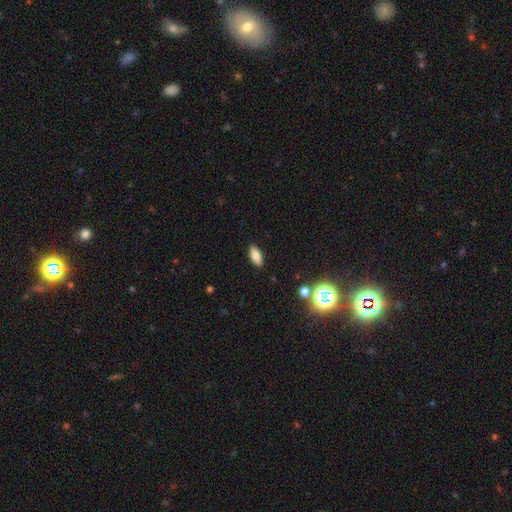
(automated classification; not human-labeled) A smooth galaxy with no disk features (78%) that is in between round and cigar-shaped (83%). Merging: none (89%).